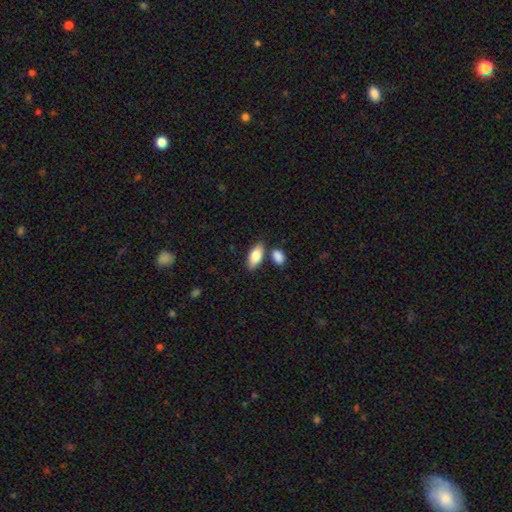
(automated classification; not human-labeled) Q: Smooth or featured?
A: smooth (83%); runner-up: featured or disk (11%)
Q: How rounded?
A: in between (89%); runner-up: cigar-shaped (8%)
Q: Merging?
A: none (73%); runner-up: merger (13%)